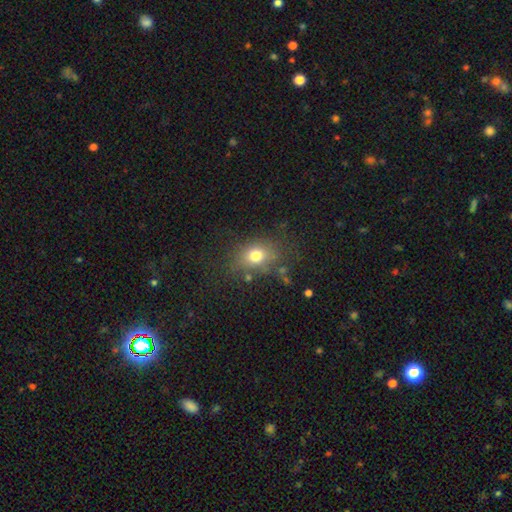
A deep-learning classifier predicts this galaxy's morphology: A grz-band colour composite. It shows a smooth galaxy with no disk features (75%) that is in between round and cigar-shaped (56%). Merging: none (69%).